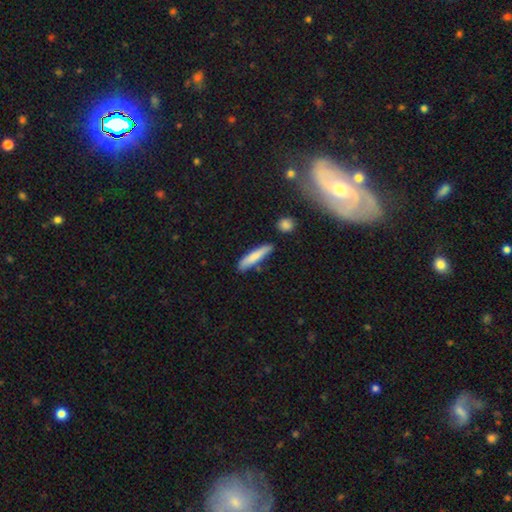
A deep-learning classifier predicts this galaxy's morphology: Smooth or featured?
  - smooth: 75% *
  - featured or disk: 18%
  - star or artifact: 7%
How rounded?
  - cigar-shaped: 87% *
  - in between: 11%
  - round: 2%
Merging?
  - none: 82% *
  - minor disturbance: 13%
  - merger: 3%
  - major disturbance: 2%